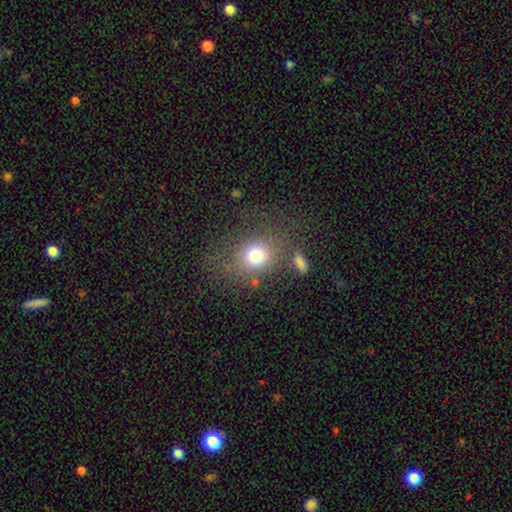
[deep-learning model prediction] Morphology: type=smooth (75%); roundness=round (65%); merging=none (63%).